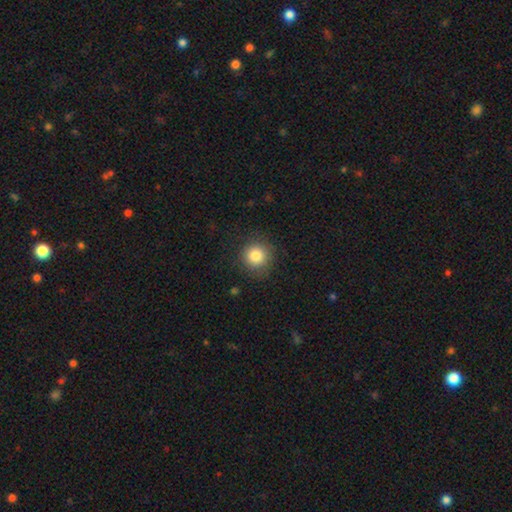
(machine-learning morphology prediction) This appears to be a smooth galaxy with no disk features (83%) that is round (93%). Merging: none (86%).